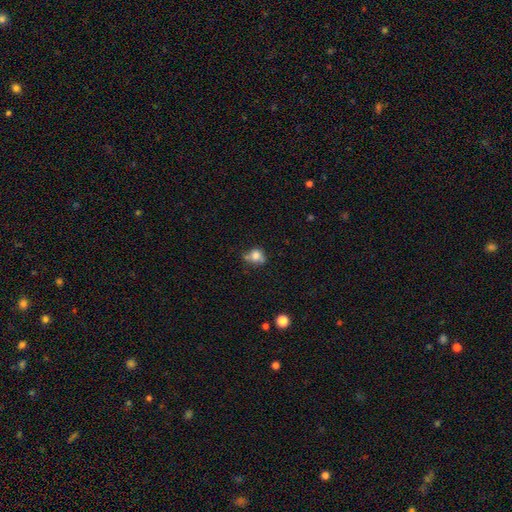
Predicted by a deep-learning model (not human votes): The model was most divided on "merging": none: 42%, minor disturbance: 32%, major disturbance: 13%, merger: 13%. More confident: smooth or featured — smooth (73%); how rounded — round (59%).